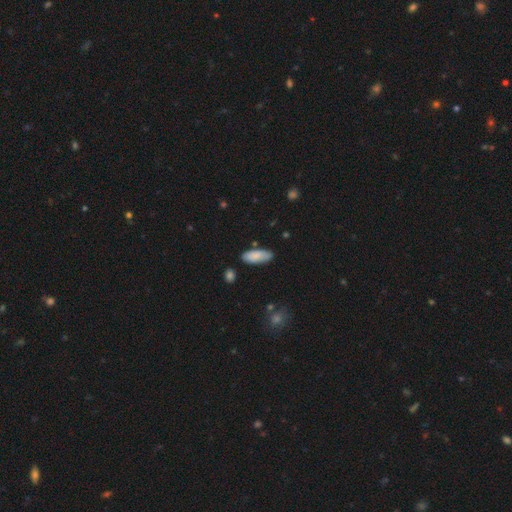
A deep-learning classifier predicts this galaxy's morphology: Overall: smooth (85%). How rounded: in between (78%). Merging: none (79%).